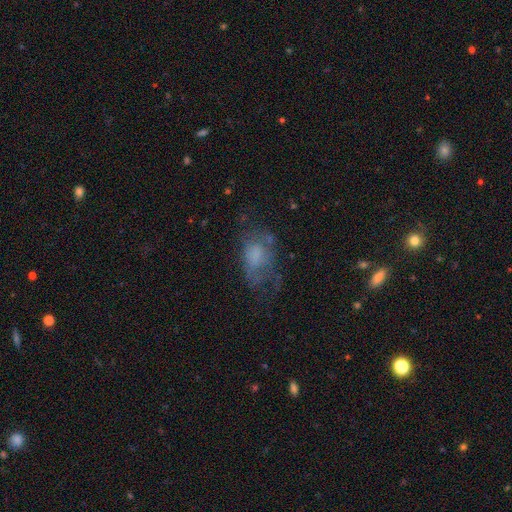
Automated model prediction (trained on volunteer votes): Smooth or featured? smooth (49%)
Merging? none (38%)